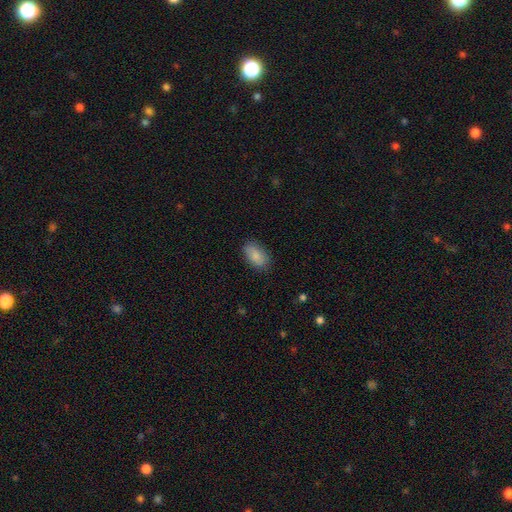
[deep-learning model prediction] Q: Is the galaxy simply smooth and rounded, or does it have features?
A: smooth — 87%.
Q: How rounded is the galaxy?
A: in between — 92%.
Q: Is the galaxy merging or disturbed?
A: none — 83%.